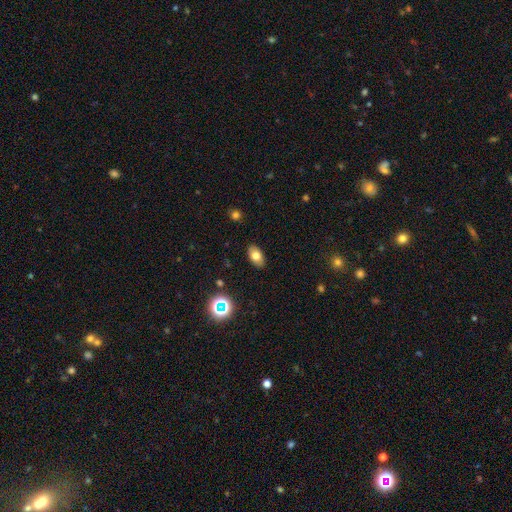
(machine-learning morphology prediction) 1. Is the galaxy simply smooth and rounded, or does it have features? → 75% smooth, 14% featured or disk, 11% star or artifact.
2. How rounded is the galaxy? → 91% in between, 7% round, 2% cigar-shaped.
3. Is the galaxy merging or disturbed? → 88% none, 9% minor disturbance, 2% major disturbance, 1% merger.